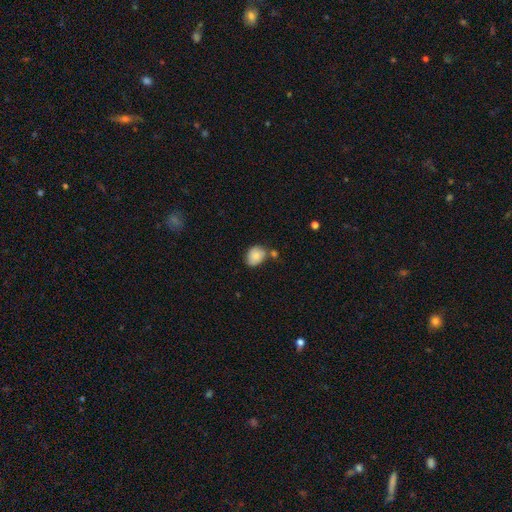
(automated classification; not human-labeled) Morphology: type=smooth (82%); roundness=in between (58%); merging=none (57%).